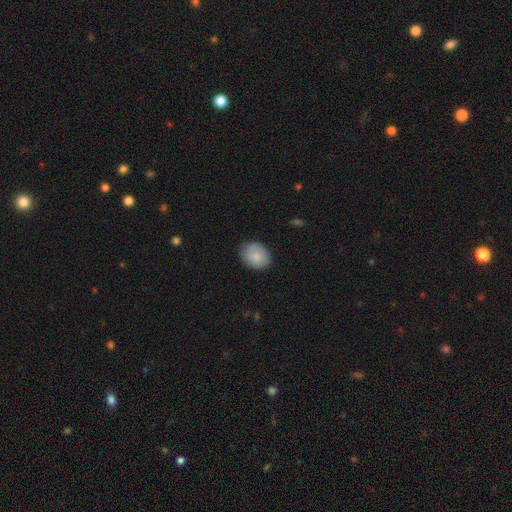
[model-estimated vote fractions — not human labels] smooth 86%, featured or disk 8%, star or artifact 6%. Down the decision tree: how rounded — round (50%); merging — none (81%).